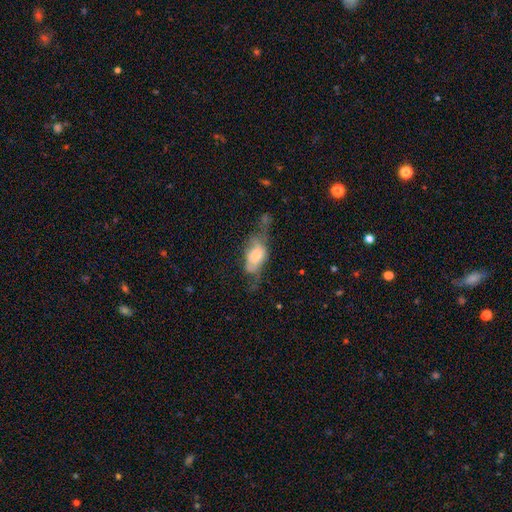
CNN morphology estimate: smooth 57%, featured or disk 35%, star or artifact 9%. Down the decision tree: how rounded — in between (86%); merging — major disturbance (41%).